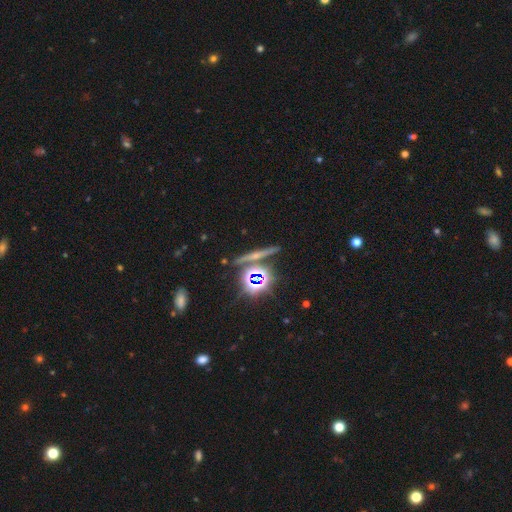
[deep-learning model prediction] This appears to be a featured or disk galaxy (37%). Merging: none (82%).